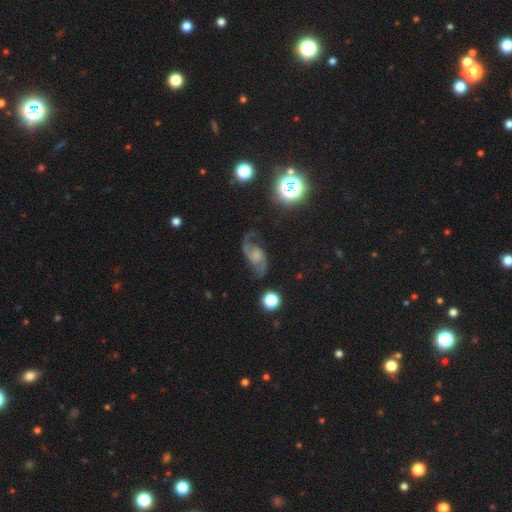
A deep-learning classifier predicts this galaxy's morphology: The model was most divided on "bulge size": none: 34%, small: 29%, moderate: 24%, large: 10%, dominant: 3%. More confident: edge-on disk — no (97%); spiral arms — yes (96%); spiral arm count — 2 (91%); smooth or featured — featured or disk (83%); merging — none (64%); spiral winding — loose (60%); bar — no (60%).